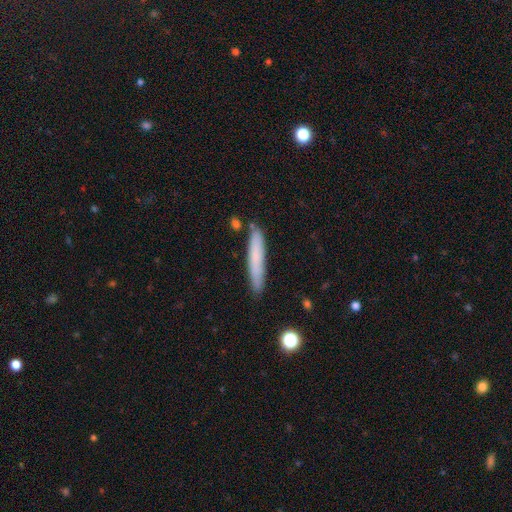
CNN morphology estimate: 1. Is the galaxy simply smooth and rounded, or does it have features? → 72% smooth, 21% featured or disk, 7% star or artifact.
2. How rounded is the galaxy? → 92% cigar-shaped, 6% in between, 1% round.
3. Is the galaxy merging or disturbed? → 81% none, 12% minor disturbance, 4% merger, 2% major disturbance.